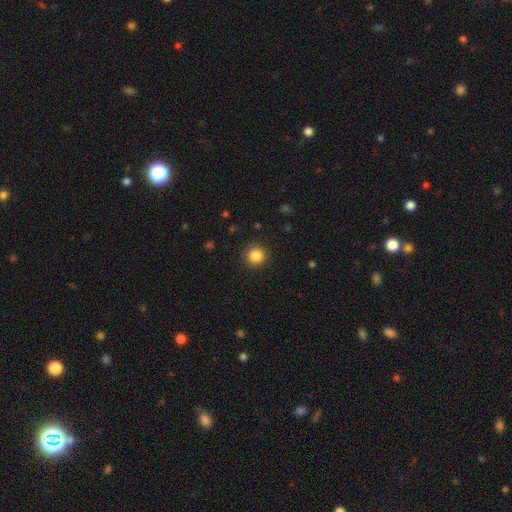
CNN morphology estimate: Smooth or featured?
  - smooth: 85% *
  - star or artifact: 11%
  - featured or disk: 4%
How rounded?
  - round: 95% *
  - in between: 4%
  - cigar-shaped: 1%
Merging?
  - none: 91% *
  - minor disturbance: 6%
  - major disturbance: 2%
  - merger: 1%